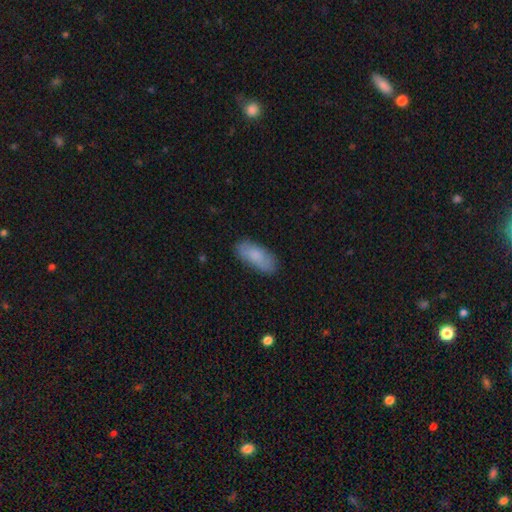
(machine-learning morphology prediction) A smooth galaxy with no disk features (83%) that is in between round and cigar-shaped (80%). Merging: none (81%).